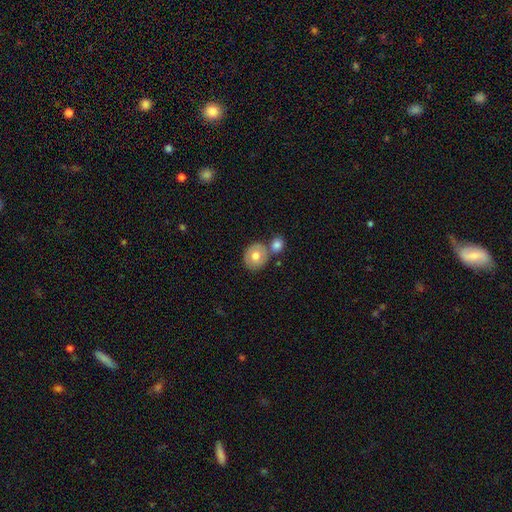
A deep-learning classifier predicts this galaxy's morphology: Overall: smooth (69%). How rounded: round (78%). Merging: none (56%; merger 30%).